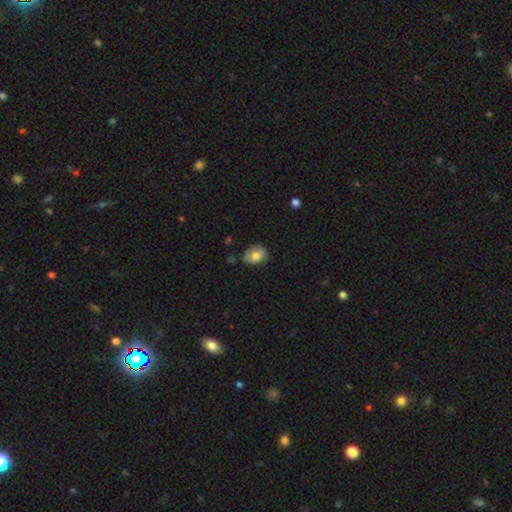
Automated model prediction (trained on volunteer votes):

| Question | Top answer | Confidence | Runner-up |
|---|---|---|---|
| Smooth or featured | smooth | 76% | featured or disk (16%) |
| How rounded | in between | 65% | round (34%) |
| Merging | none | 65% | minor disturbance (28%) |